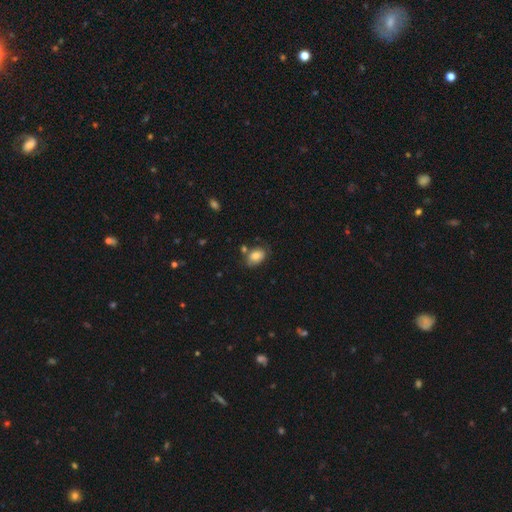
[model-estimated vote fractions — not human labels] This appears to be a smooth galaxy with no disk features (79%) that is in between round and cigar-shaped (82%). Merging: none (64%).